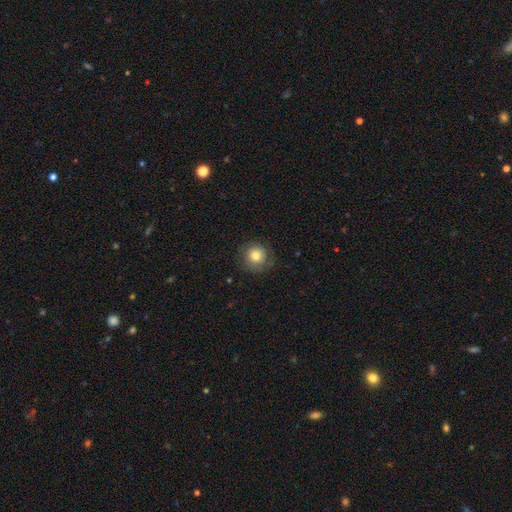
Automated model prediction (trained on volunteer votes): smooth_or_featured: smooth (p=0.75) [alt: featured or disk p=0.16]
how_rounded: round (p=0.93) [alt: in between p=0.06]
merging: none (p=0.79) [alt: minor disturbance p=0.14]